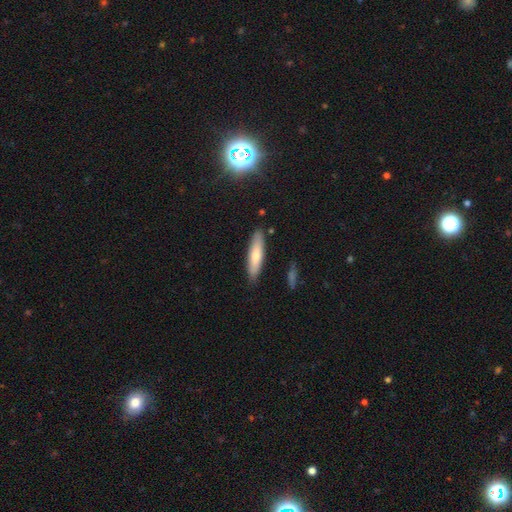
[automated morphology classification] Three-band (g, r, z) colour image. It shows a smooth galaxy with no disk features (73%) that is cigar-shaped (73%). Merging: none (85%).